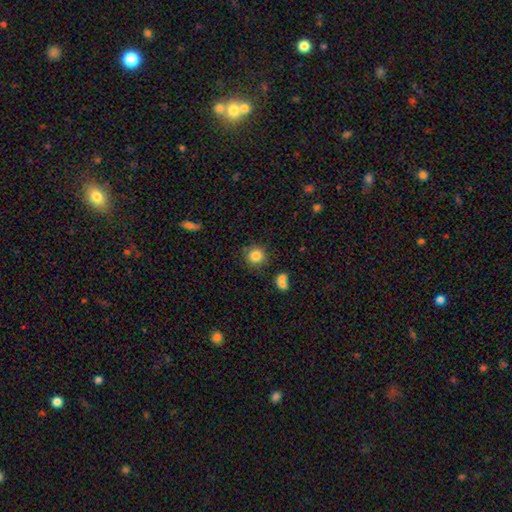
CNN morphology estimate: Smooth or featured? smooth (84%)
How rounded? round (92%)
Merging? none (81%)